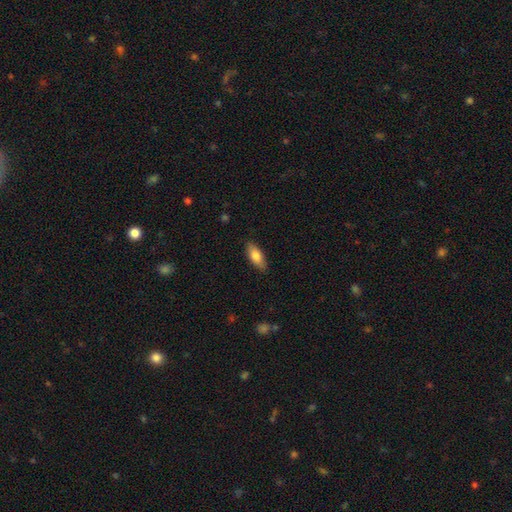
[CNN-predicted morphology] This appears to be a smooth galaxy with no disk features (78%) that is in between round and cigar-shaped (78%). Merging: none (86%).